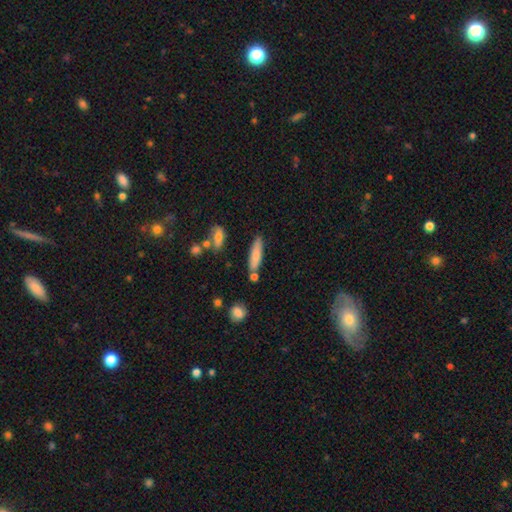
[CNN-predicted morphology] type=smooth (79%); roundness=cigar-shaped (66%); merging=none (73%).